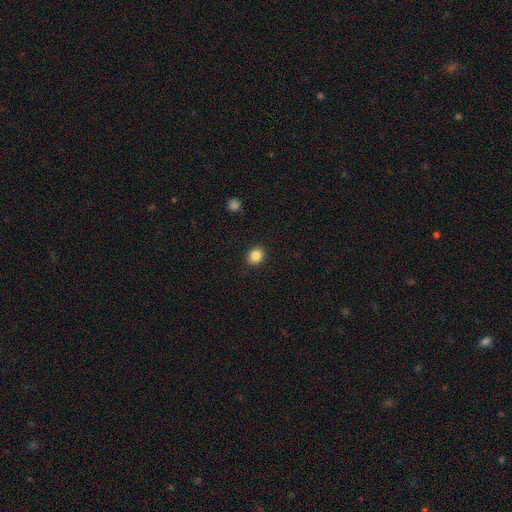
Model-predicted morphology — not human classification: Smooth or featured? Predicted: smooth (p=0.86). How rounded? Predicted: round (p=0.63). Merging? Predicted: none (p=0.90).